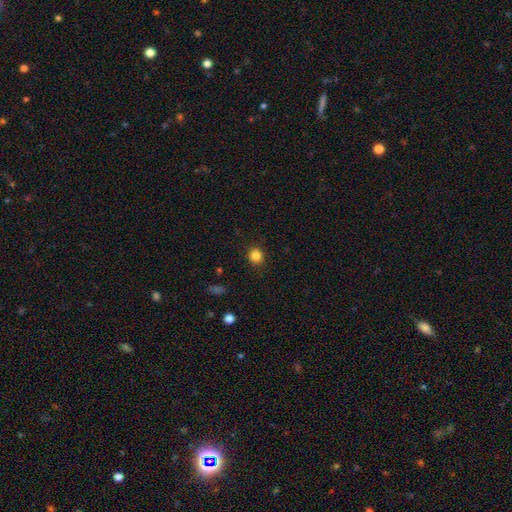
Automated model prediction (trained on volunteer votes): This appears to be a smooth galaxy with no disk features (84%) that is round (90%). Merging: none (91%).